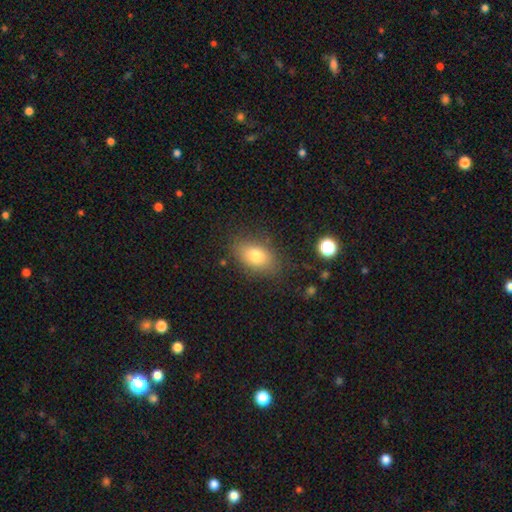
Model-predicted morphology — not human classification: The model was most divided on "smooth or featured": smooth: 78%, featured or disk: 13%, star or artifact: 9%. More confident: how rounded — in between (86%); merging — none (81%).